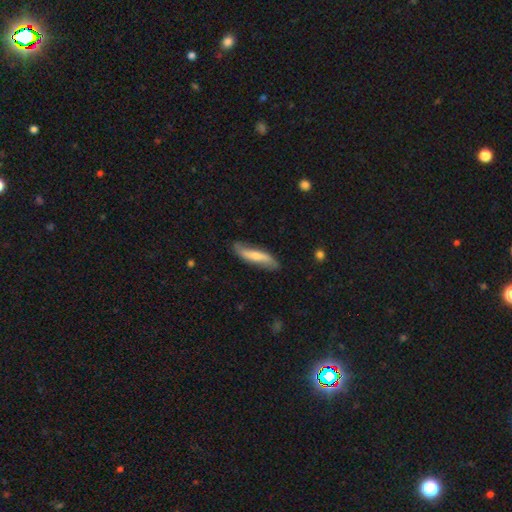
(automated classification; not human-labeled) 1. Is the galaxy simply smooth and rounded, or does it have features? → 50% featured or disk, 44% smooth, 5% star or artifact.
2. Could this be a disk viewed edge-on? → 63% no, 37% yes.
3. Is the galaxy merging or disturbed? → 74% none, 20% minor disturbance, 5% major disturbance, 2% merger.